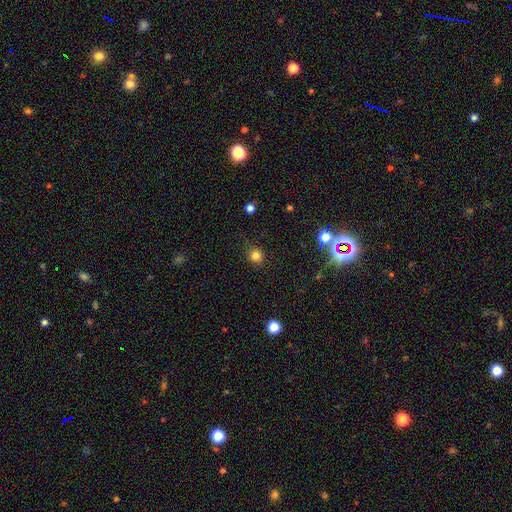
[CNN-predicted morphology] smooth 81%, star or artifact 14%, featured or disk 5%. Down the decision tree: how rounded — round (90%); merging — none (85%).